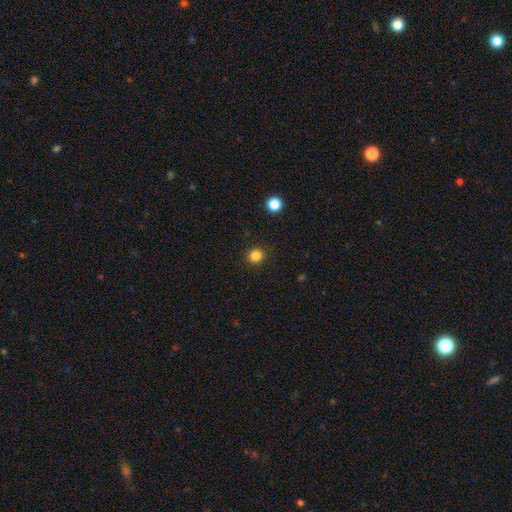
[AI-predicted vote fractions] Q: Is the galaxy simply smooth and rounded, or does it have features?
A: smooth — 84%.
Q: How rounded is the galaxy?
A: round — 92%.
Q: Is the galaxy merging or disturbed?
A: none — 91%.